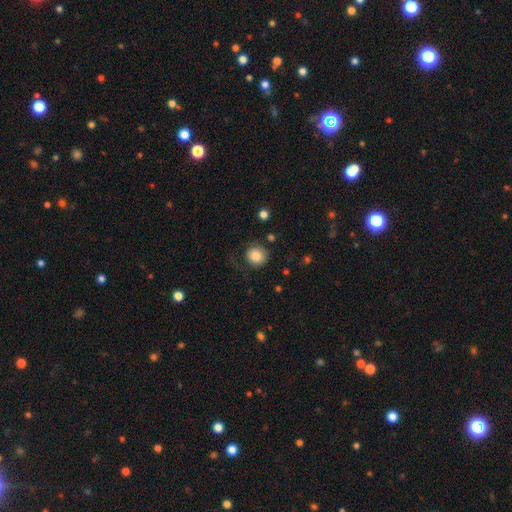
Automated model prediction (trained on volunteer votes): Smooth or featured? Predicted: smooth (p=0.84). How rounded? Predicted: round (p=0.91). Merging? Predicted: none (p=0.76).